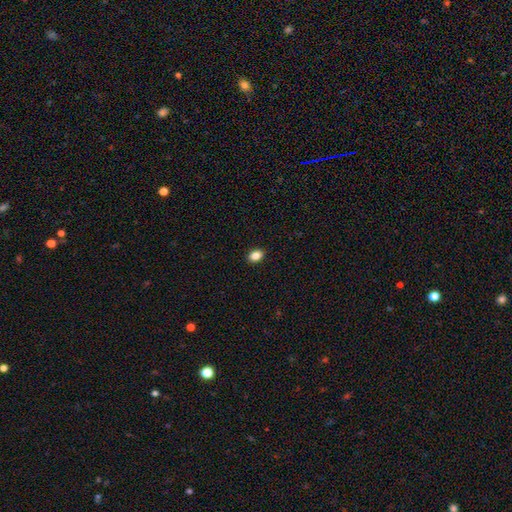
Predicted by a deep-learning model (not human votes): Smooth or featured: smooth — 86% (star or artifact — 9%)
How rounded: in between — 77% (round — 22%)
Merging: none — 91% (minor disturbance — 7%)